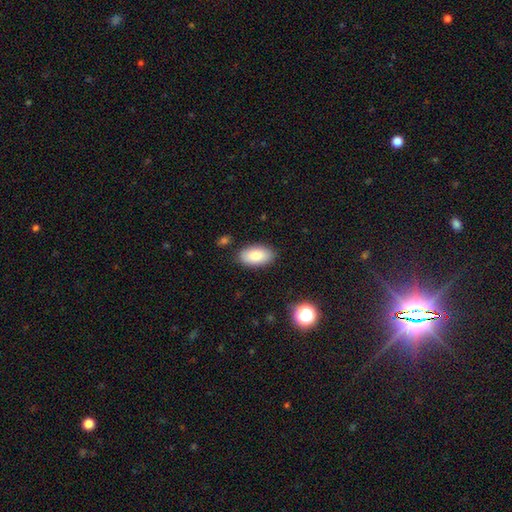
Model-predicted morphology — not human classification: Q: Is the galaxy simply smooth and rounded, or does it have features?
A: smooth — 84%.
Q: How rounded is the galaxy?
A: in between — 94%.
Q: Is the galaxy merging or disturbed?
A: none — 85%.